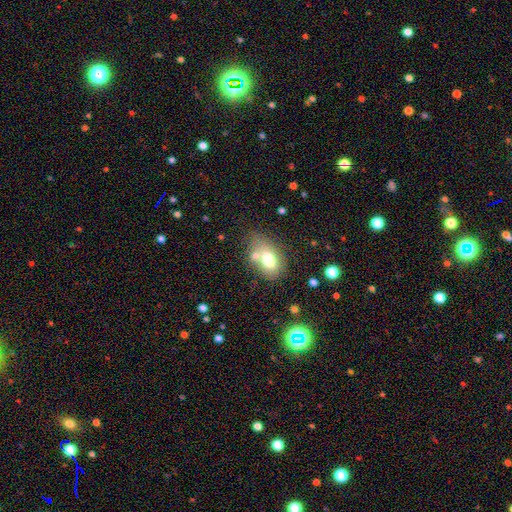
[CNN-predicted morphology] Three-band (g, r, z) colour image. It shows a smooth galaxy with no disk features (69%) that is in between round and cigar-shaped (80%). Merging: none (44%).